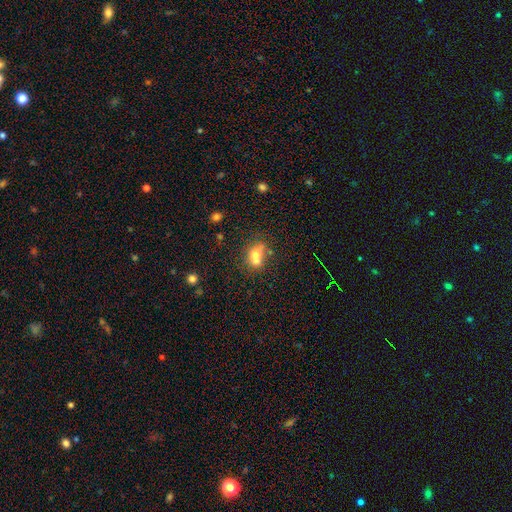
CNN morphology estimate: Smooth or featured? smooth (66%)
How rounded? in between (67%)
Merging? none (37%)